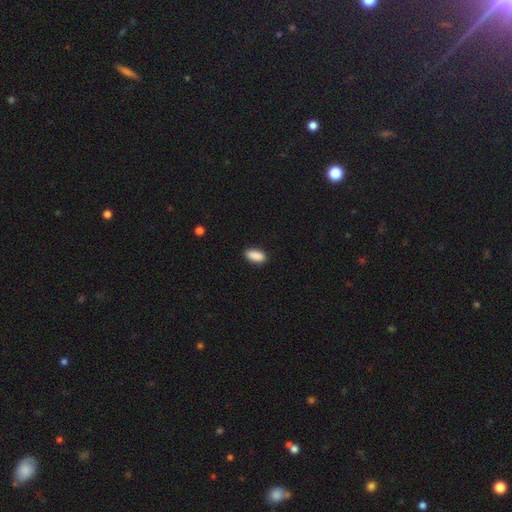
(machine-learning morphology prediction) A smooth galaxy with no disk features (90%) that is in between round and cigar-shaped (90%).

Vote fractions:
- Smooth or featured? smooth: 90% / star or artifact: 7% / featured or disk: 3%
- How rounded? in between: 90% / cigar-shaped: 8% / round: 3%
- Merging? none: 87% / minor disturbance: 10% / major disturbance: 2% / merger: 1%